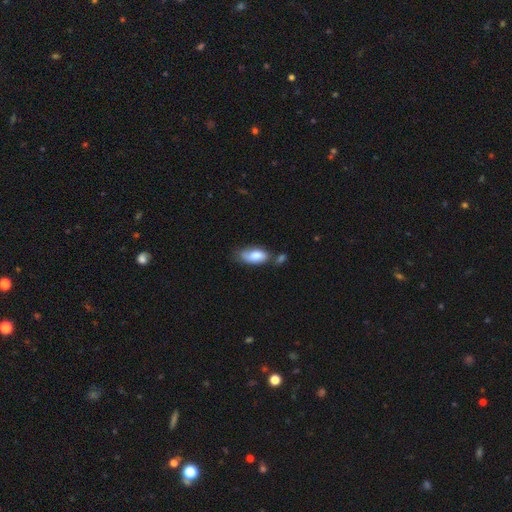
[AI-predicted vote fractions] A smooth galaxy with no disk features (74%) that is in between round and cigar-shaped (89%).

Vote fractions:
- Smooth or featured? smooth: 74% / featured or disk: 19% / star or artifact: 7%
- How rounded? in between: 89% / cigar-shaped: 8% / round: 3%
- Merging? none: 43% / minor disturbance: 28% / merger: 19% / major disturbance: 10%